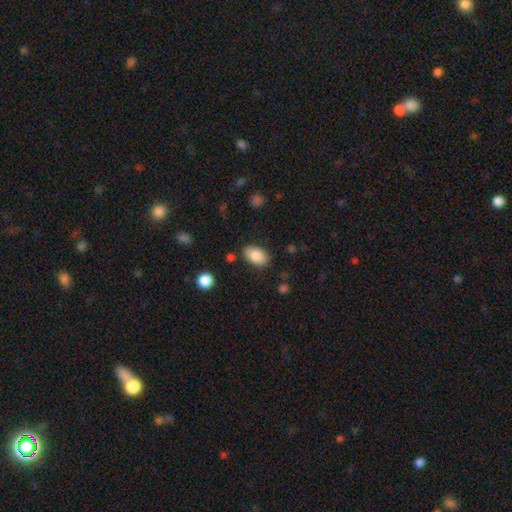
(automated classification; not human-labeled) Smooth or featured: smooth — 84% (featured or disk — 10%)
How rounded: in between — 90% (round — 9%)
Merging: none — 82% (minor disturbance — 12%)